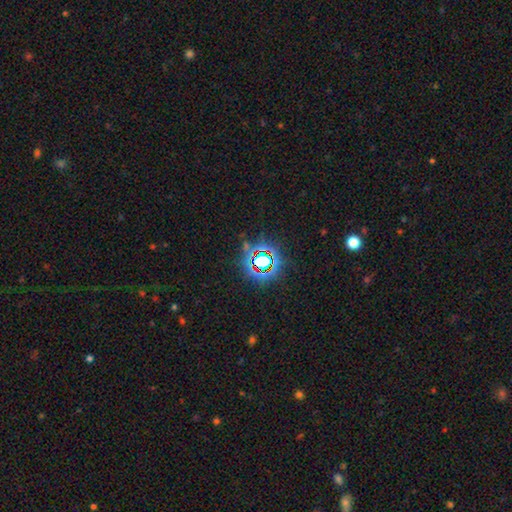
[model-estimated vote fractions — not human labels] This appears to be a star or artifact, not a galaxy (78%).